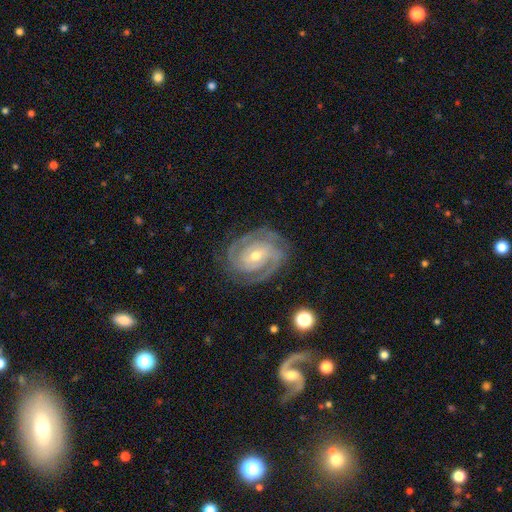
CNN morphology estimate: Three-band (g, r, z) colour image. It shows a featured or disk galaxy (92%) with no bar (45%), 2 (64%) tight (74%) spiral arms (98%) and a small central bulge (50%). Merging: none (82%).